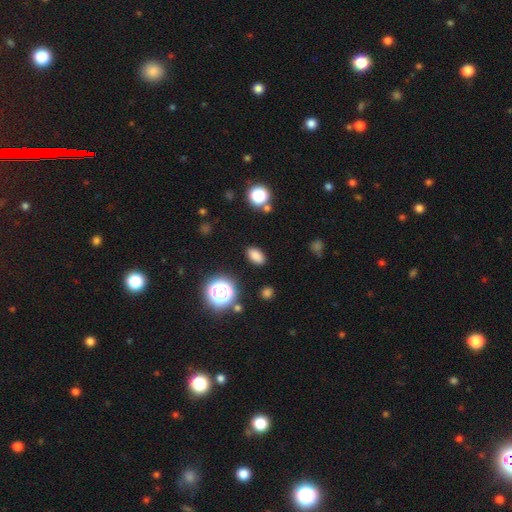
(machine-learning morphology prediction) type=smooth (82%); roundness=in between (86%); merging=none (88%).